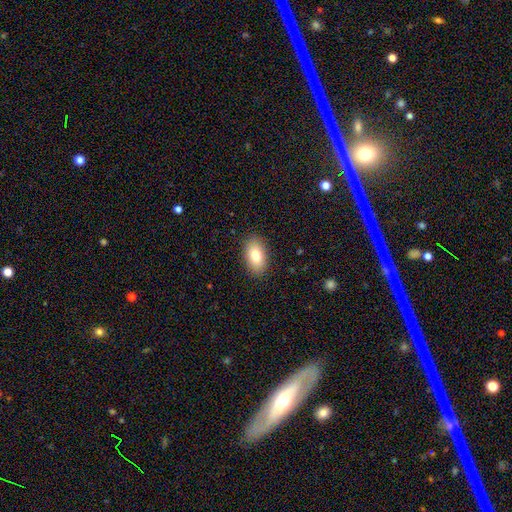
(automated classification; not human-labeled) A smooth galaxy with no disk features (82%) that is in between round and cigar-shaped (93%).

Vote fractions:
- Smooth or featured? smooth: 82% / featured or disk: 11% / star or artifact: 7%
- How rounded? in between: 93% / round: 6% / cigar-shaped: 2%
- Merging? none: 88% / minor disturbance: 9% / major disturbance: 2% / merger: 1%